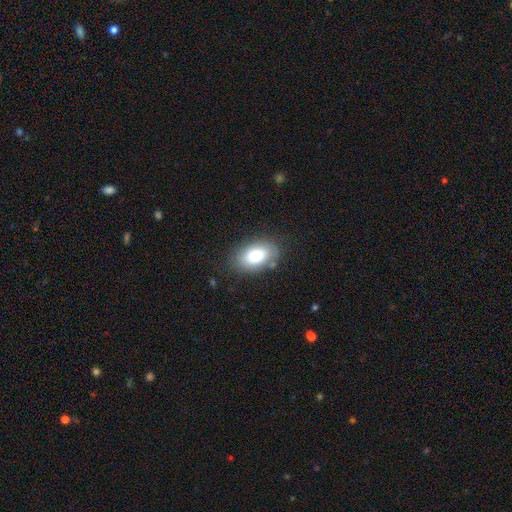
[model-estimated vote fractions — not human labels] smooth-or-featured: smooth: 78% | featured or disk: 15% | star or artifact: 8%
  how-rounded: in between: 91% | round: 8% | cigar-shaped: 1%
  merging: none: 80% | minor disturbance: 14% | major disturbance: 4% | merger: 2%